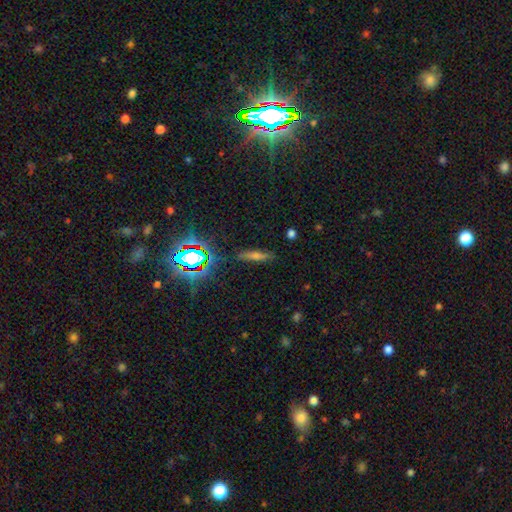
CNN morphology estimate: A smooth galaxy with no disk features (51%) that is cigar-shaped (75%).

Vote fractions:
- Smooth or featured? smooth: 51% / star or artifact: 25% / featured or disk: 23%
- How rounded? cigar-shaped: 75% / in between: 20% / round: 5%
- Merging? none: 83% / minor disturbance: 12% / major disturbance: 3% / merger: 2%